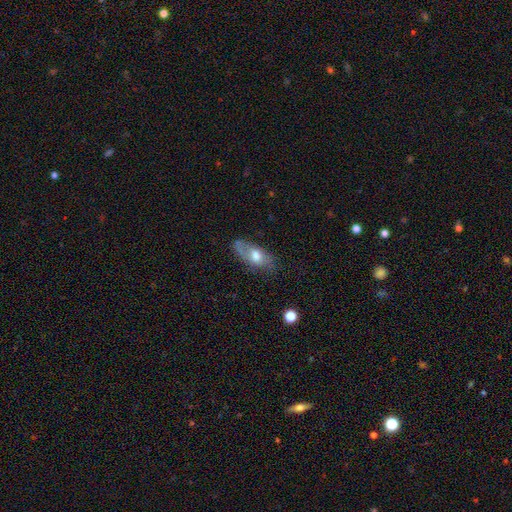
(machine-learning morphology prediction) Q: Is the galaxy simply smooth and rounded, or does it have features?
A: smooth — 51%.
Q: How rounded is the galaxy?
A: in between — 83%.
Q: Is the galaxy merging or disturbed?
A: none — 58%.